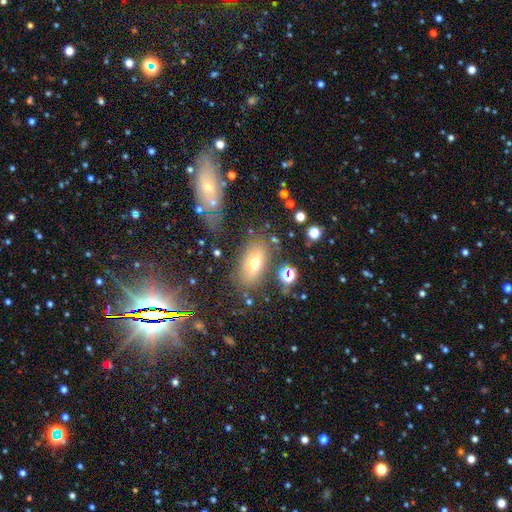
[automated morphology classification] A smooth galaxy with no disk features (60%) that is in between round and cigar-shaped (83%).

Vote fractions:
- Smooth or featured? smooth: 60% / featured or disk: 23% / star or artifact: 17%
- How rounded? in between: 83% / cigar-shaped: 9% / round: 7%
- Merging? none: 74% / minor disturbance: 14% / merger: 7% / major disturbance: 6%